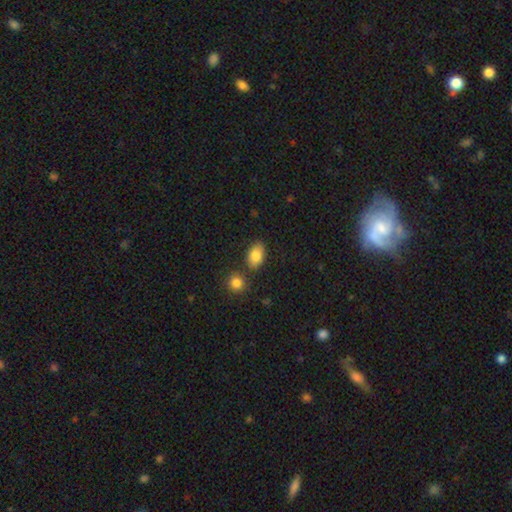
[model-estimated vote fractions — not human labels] Smooth or featured? Predicted: smooth (p=0.85). How rounded? Predicted: in between (p=0.89). Merging? Predicted: none (p=0.76).